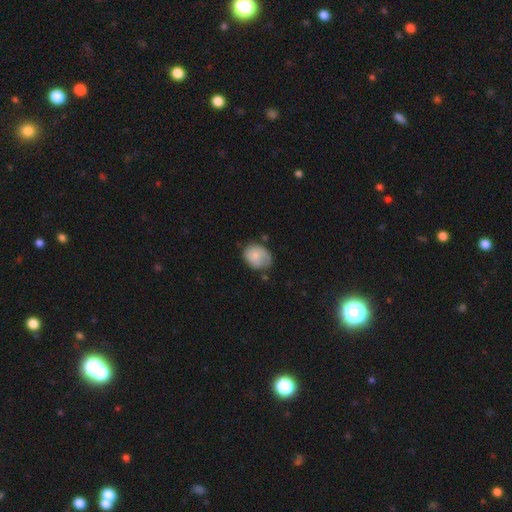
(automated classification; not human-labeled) smooth 69%, featured or disk 24%, star or artifact 7%. Down the decision tree: how rounded — in between (55%); merging — none (51%).